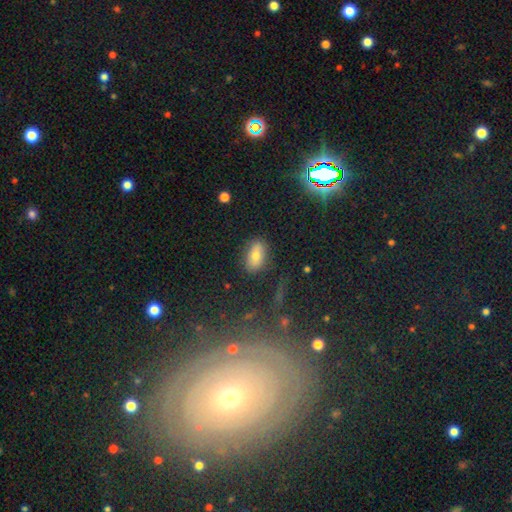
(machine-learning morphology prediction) This appears to be a smooth galaxy with no disk features (66%) that is in between round and cigar-shaped (86%). Merging: none (83%).